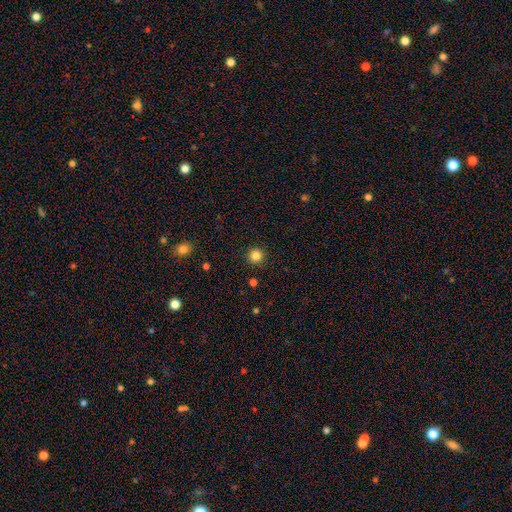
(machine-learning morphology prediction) A smooth galaxy with no disk features (84%) that is round (95%).

Vote fractions:
- Smooth or featured? smooth: 84% / star or artifact: 12% / featured or disk: 4%
- How rounded? round: 95% / in between: 4% / cigar-shaped: 1%
- Merging? none: 91% / minor disturbance: 6% / major disturbance: 2% / merger: 1%